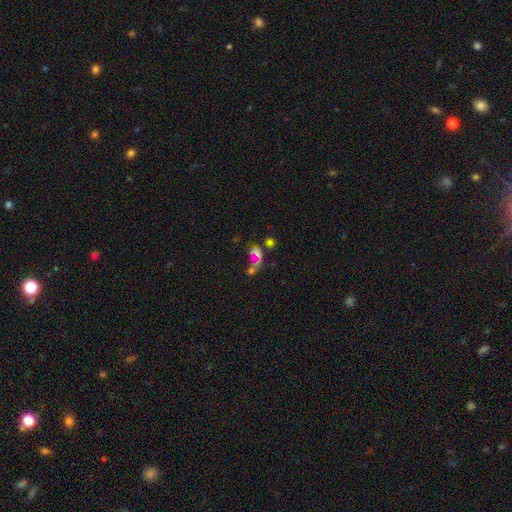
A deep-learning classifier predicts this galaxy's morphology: The model was most divided on "smooth or featured": smooth: 39%, featured or disk: 33%, star or artifact: 28%. Remaining: merging — merger (37%).